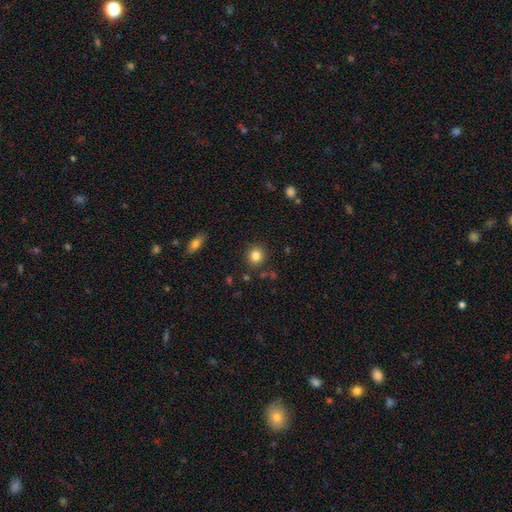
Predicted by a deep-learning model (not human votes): The model was most divided on "smooth or featured": smooth: 83%, star or artifact: 11%, featured or disk: 6%. More confident: merging — none (87%); how rounded — round (87%).